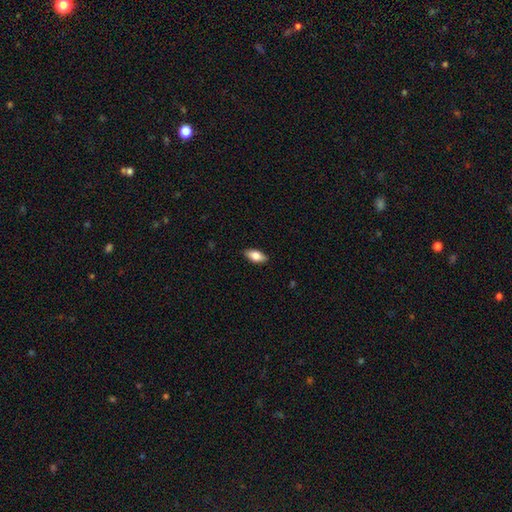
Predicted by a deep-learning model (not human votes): Smooth or featured? smooth (77%)
How rounded? in between (87%)
Merging? none (89%)